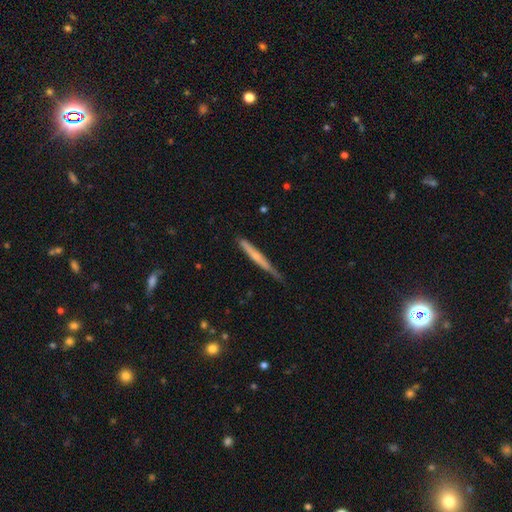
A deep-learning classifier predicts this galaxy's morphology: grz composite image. It shows a featured or disk galaxy (50%) viewed edge-on (95%). Merging: none (69%).